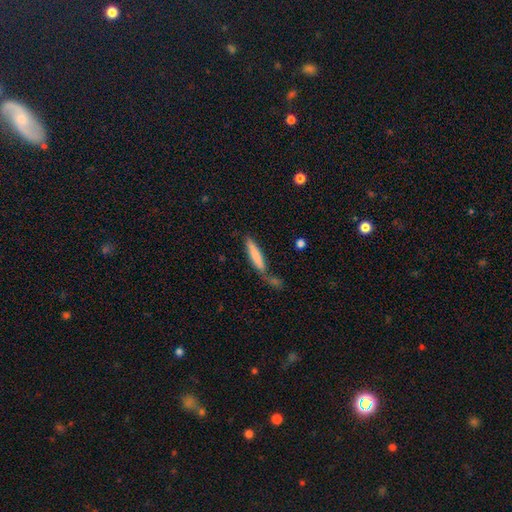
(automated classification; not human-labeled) This appears to be a smooth galaxy with no disk features (76%) that is cigar-shaped (87%). Merging: none (51%).